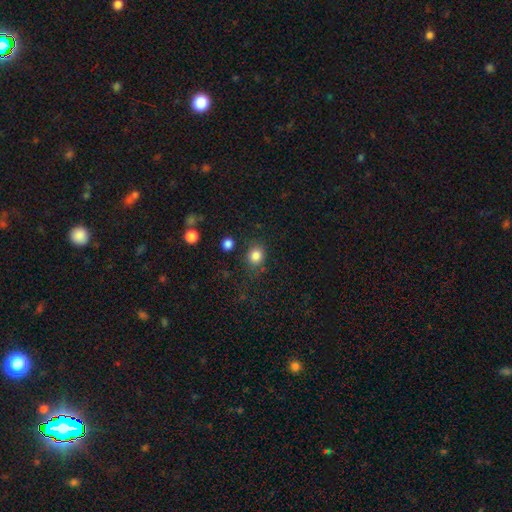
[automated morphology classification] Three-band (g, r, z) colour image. It shows a smooth galaxy with no disk features (84%) that is round (76%). Merging: none (80%).